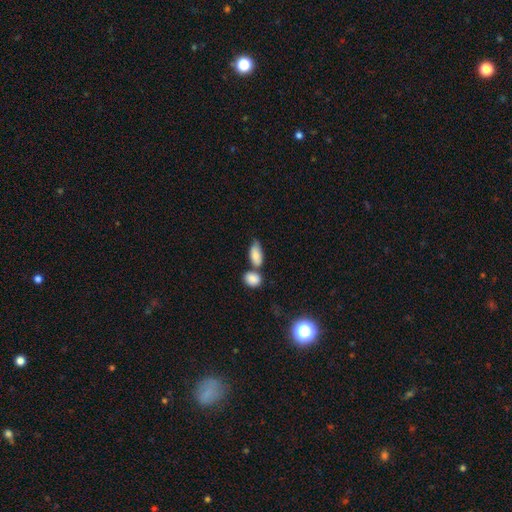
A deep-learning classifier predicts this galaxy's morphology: Smooth or featured? Predicted: smooth (p=0.83). How rounded? Predicted: in between (p=0.89). Merging? Predicted: merger (p=0.40).